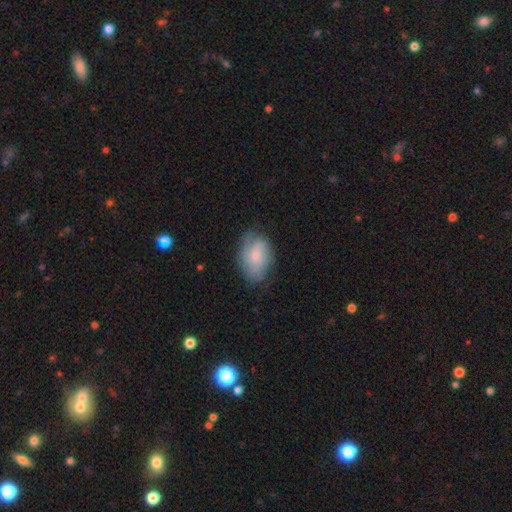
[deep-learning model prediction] Smooth or featured?
  - smooth: 50% *
  - featured or disk: 42%
  - star or artifact: 8%
How rounded?
  - in between: 83% *
  - round: 16%
  - cigar-shaped: 1%
Merging?
  - none: 65% *
  - minor disturbance: 25%
  - major disturbance: 8%
  - merger: 1%